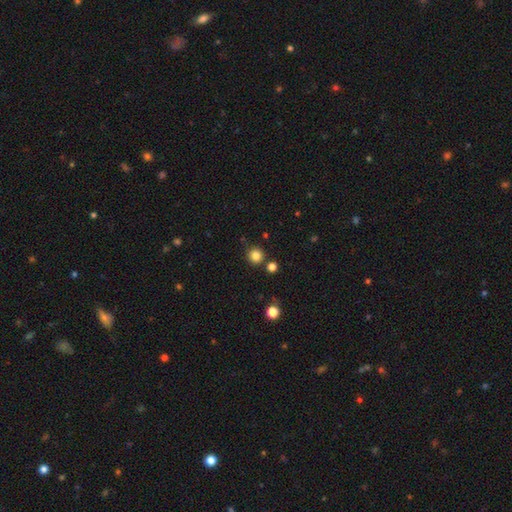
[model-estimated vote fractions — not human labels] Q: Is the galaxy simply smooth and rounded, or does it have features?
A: smooth — 83%.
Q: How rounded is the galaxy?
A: round — 94%.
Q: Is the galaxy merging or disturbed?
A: none — 85%.